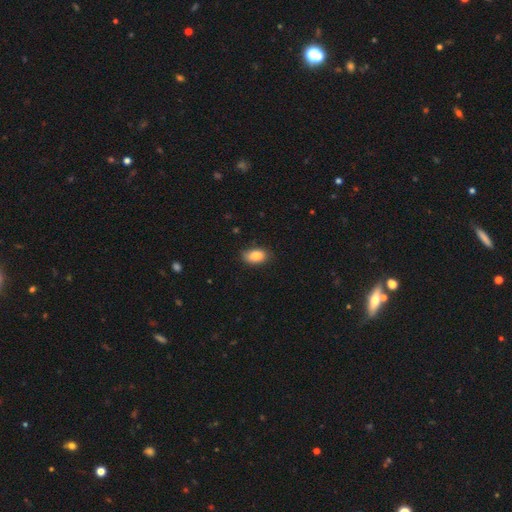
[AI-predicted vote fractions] Morphology: type=smooth (84%); roundness=in between (88%); merging=none (85%).